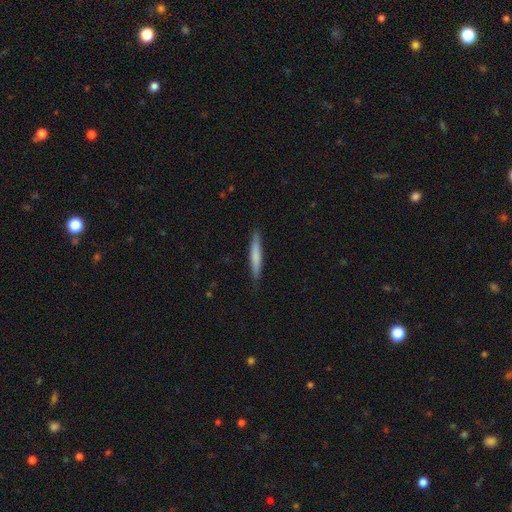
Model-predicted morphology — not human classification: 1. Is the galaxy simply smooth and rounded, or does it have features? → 70% smooth, 25% featured or disk, 5% star or artifact.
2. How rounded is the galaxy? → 94% cigar-shaped, 4% in between, 1% round.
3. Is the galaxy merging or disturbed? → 87% none, 10% minor disturbance, 2% major disturbance, 1% merger.